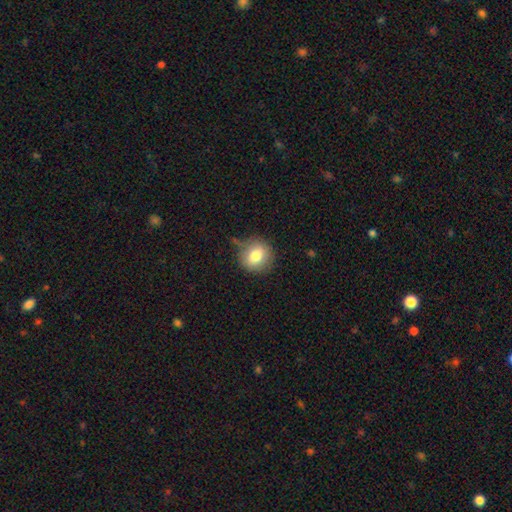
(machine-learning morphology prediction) The model was most divided on "merging": none: 73%, minor disturbance: 18%, major disturbance: 6%, merger: 4%. More confident: how rounded — round (86%); smooth or featured — smooth (80%).